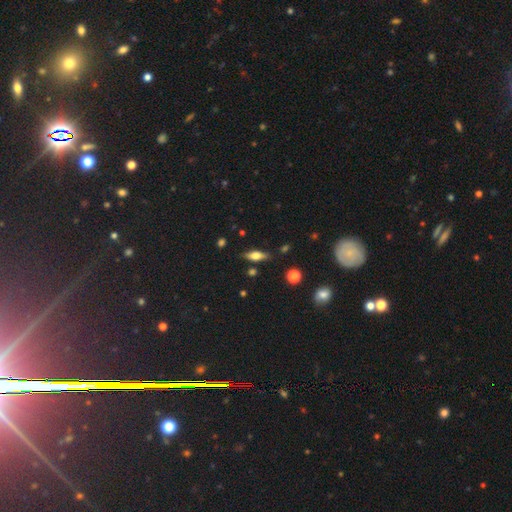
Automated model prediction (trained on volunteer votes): This appears to be a smooth galaxy with no disk features (52%) that is in between round and cigar-shaped (59%). Merging: none (82%).